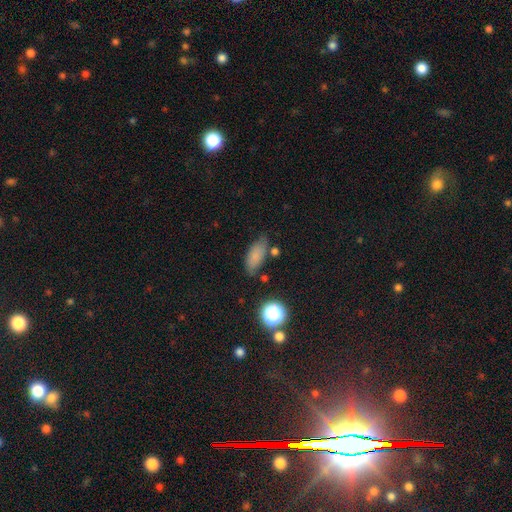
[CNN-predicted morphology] Smooth or featured? smooth (76%)
How rounded? in between (80%)
Merging? none (66%)